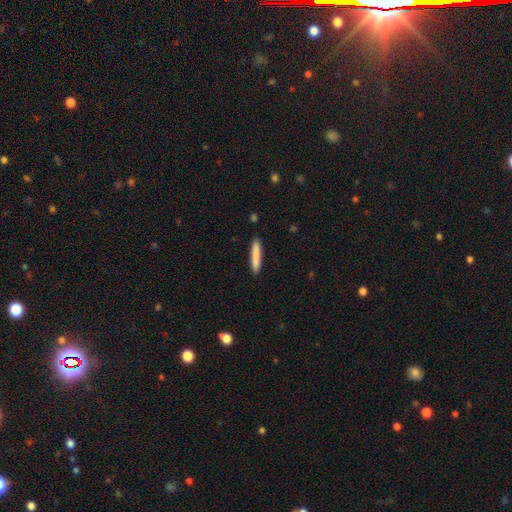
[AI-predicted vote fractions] A smooth galaxy with no disk features (84%) that is cigar-shaped (92%).

Vote fractions:
- Smooth or featured? smooth: 84% / featured or disk: 10% / star or artifact: 6%
- How rounded? cigar-shaped: 92% / in between: 7% / round: 1%
- Merging? none: 90% / minor disturbance: 7% / major disturbance: 1% / merger: 1%